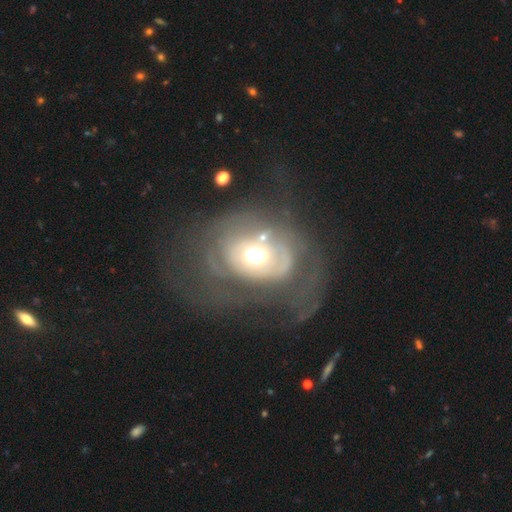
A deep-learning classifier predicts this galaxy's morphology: Smooth or featured? Predicted: featured or disk (p=0.62). Edge-on disk? Predicted: no (p=0.96). Bar? Predicted: no (p=0.83). Spiral arms? Predicted: yes (p=0.52). Bulge size? Predicted: moderate (p=0.58). Merging? Predicted: none (p=0.44).